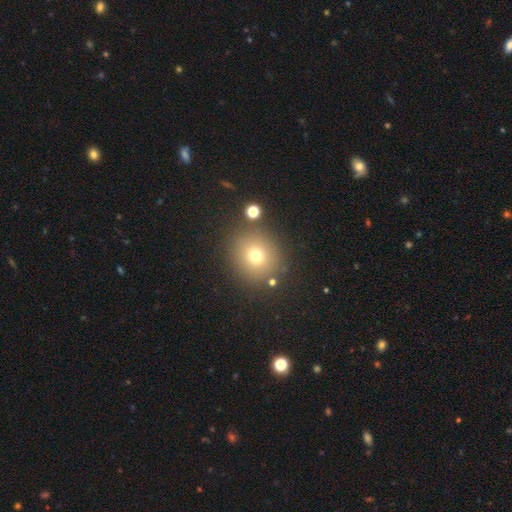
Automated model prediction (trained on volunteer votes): This appears to be a smooth galaxy with no disk features (71%) that is round (86%). Merging: none (83%).